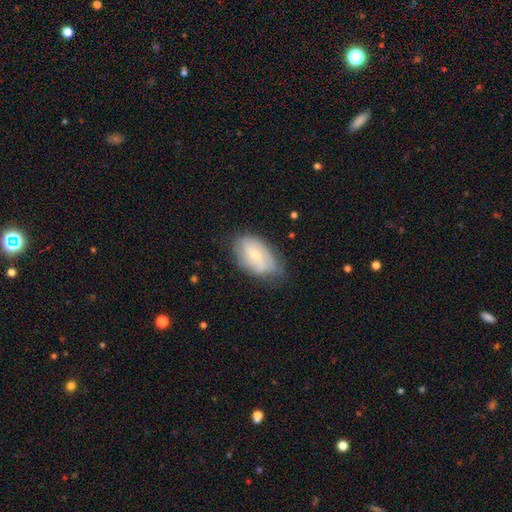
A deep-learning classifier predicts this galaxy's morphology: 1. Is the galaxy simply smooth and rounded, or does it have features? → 49% smooth, 44% featured or disk, 7% star or artifact.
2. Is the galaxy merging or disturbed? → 65% none, 26% minor disturbance, 7% major disturbance, 2% merger.